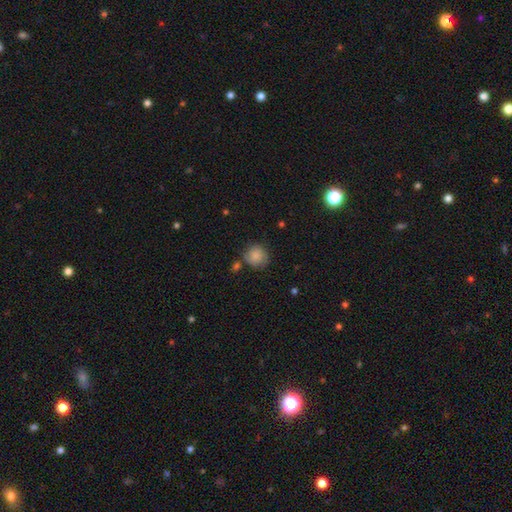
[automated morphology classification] smooth_or_featured: smooth (p=0.85) [alt: star or artifact p=0.08]
how_rounded: round (p=0.88) [alt: in between p=0.11]
merging: none (p=0.70) [alt: minor disturbance p=0.16]